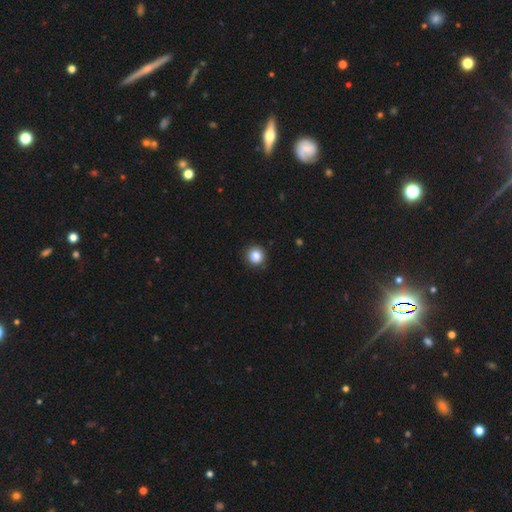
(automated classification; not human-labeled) A smooth galaxy with no disk features (85%) that is round (94%). Merging: none (91%).